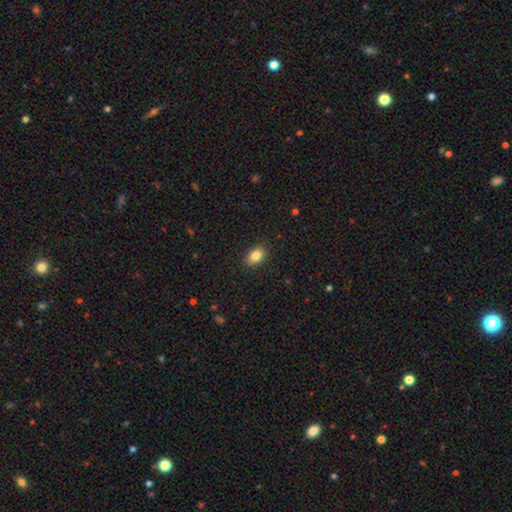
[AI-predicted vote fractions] smooth 85%, star or artifact 9%, featured or disk 6%. Down the decision tree: how rounded — in between (85%); merging — none (88%).